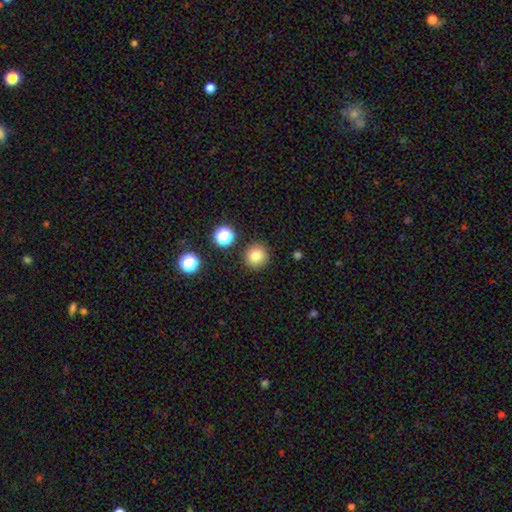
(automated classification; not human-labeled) Overall: smooth (81%). How rounded: round (91%). Merging: none (88%).